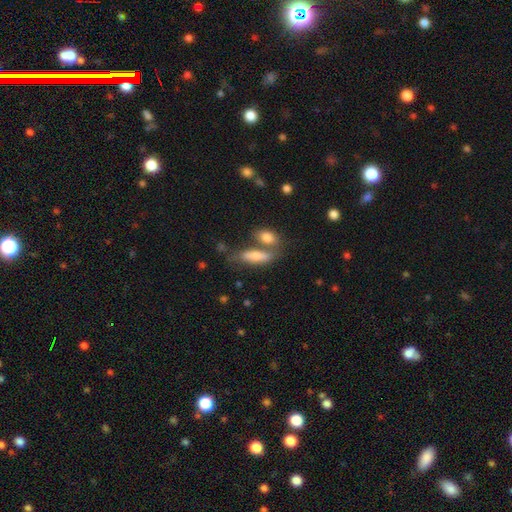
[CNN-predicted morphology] smooth 70%, featured or disk 21%, star or artifact 9%. Down the decision tree: how rounded — in between (52%); merging — none (49%).